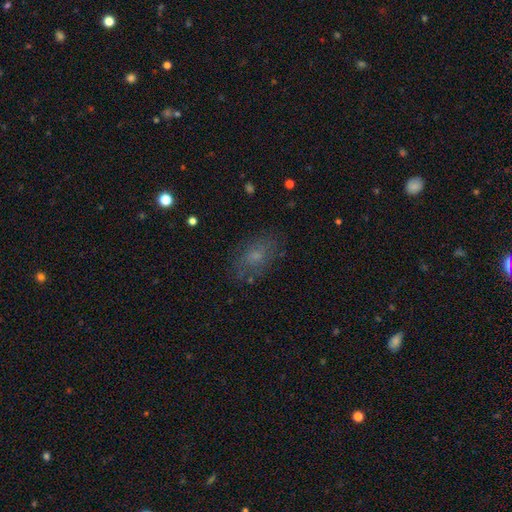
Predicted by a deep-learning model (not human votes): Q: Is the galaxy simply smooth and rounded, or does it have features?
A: smooth — 60%.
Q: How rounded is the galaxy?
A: in between — 83%.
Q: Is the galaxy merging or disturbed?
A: none — 72%.